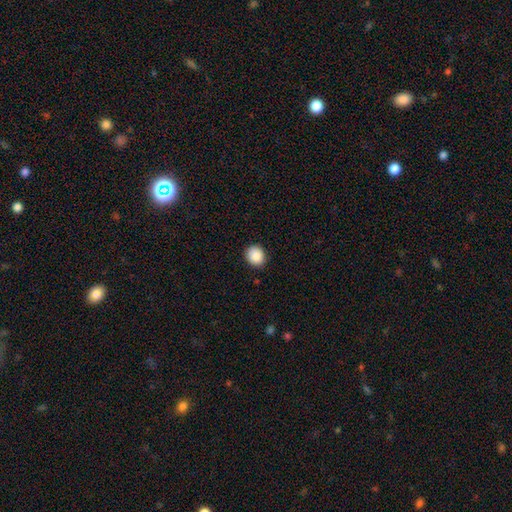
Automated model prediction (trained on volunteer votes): Q: Smooth or featured?
A: smooth (89%); runner-up: star or artifact (8%)
Q: How rounded?
A: round (79%); runner-up: in between (20%)
Q: Merging?
A: none (88%); runner-up: minor disturbance (9%)